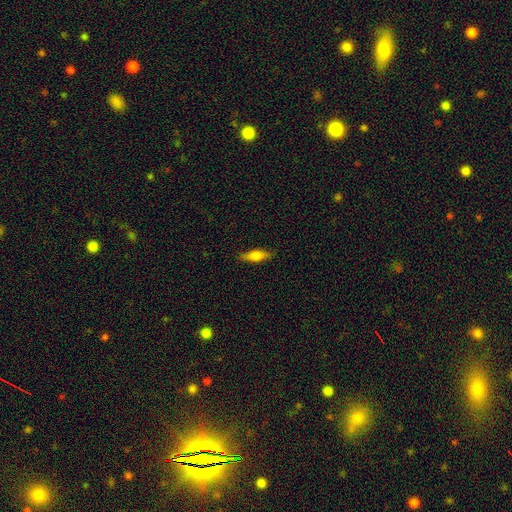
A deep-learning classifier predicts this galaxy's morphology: Overall: smooth (62%; featured or disk 32%). How rounded: cigar-shaped (56%; in between 41%). Merging: none (86%).